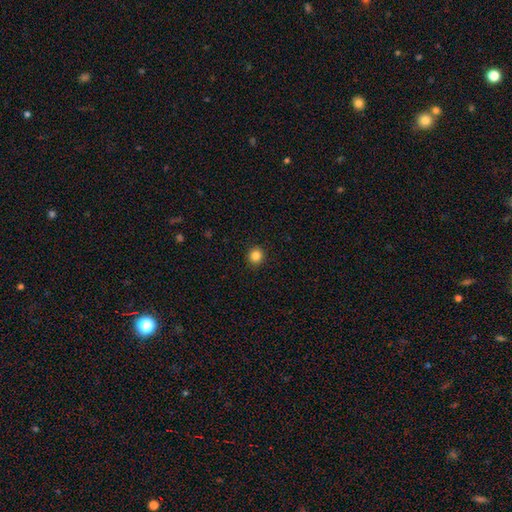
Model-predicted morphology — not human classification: smooth 84%, star or artifact 12%, featured or disk 4%. Down the decision tree: how rounded — round (90%); merging — none (92%).